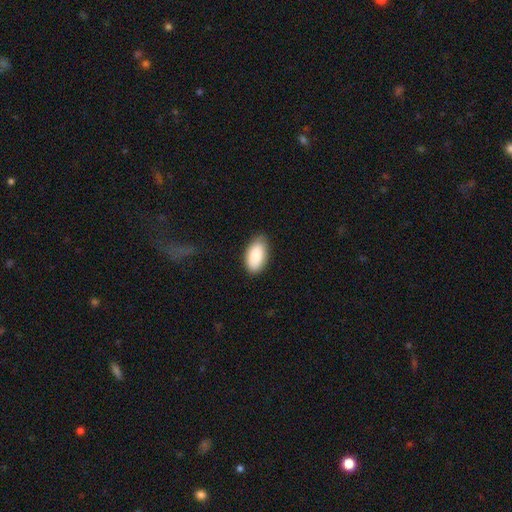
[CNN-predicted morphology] This is clearly a smooth galaxy (86%). How rounded: clearly in between (95%). Merging: clearly none (82%).